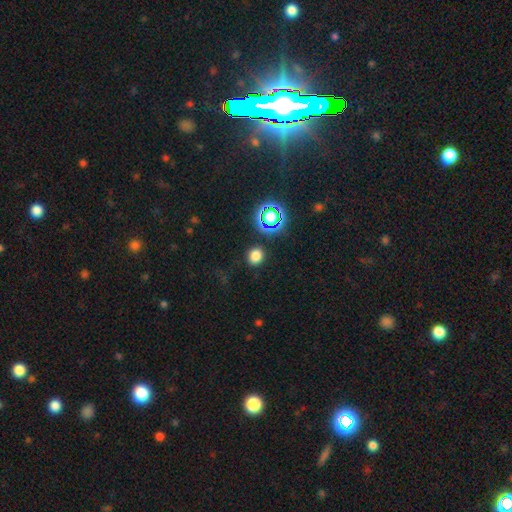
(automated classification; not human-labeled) Q: Smooth or featured?
A: smooth (75%); runner-up: star or artifact (20%)
Q: How rounded?
A: round (71%); runner-up: in between (28%)
Q: Merging?
A: none (87%); runner-up: minor disturbance (8%)